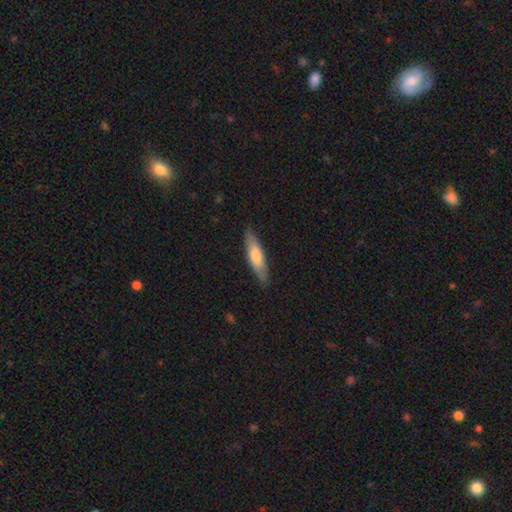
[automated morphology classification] Smooth or featured: smooth — 63% (featured or disk — 32%)
How rounded: cigar-shaped — 77% (in between — 21%)
Merging: none — 88% (minor disturbance — 10%)